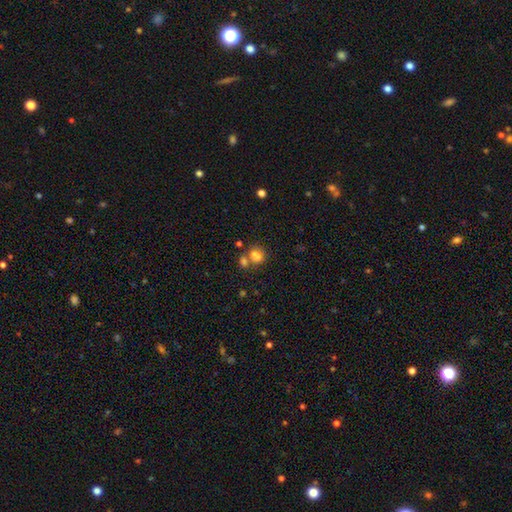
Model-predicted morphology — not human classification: A smooth galaxy with no disk features (74%) that is round (50%).

Vote fractions:
- Smooth or featured? smooth: 74% / star or artifact: 14% / featured or disk: 13%
- How rounded? round: 50% / in between: 49% / cigar-shaped: 1%
- Merging? merger: 48% / none: 37% / minor disturbance: 10% / major disturbance: 5%